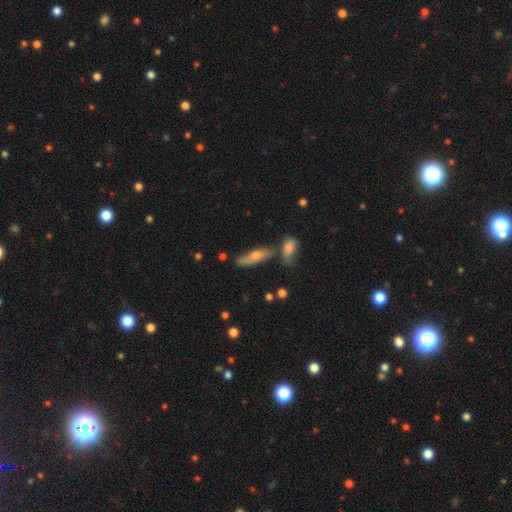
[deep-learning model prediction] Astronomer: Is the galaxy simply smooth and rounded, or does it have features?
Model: smooth — 49% (runner-up: featured or disk, 42%).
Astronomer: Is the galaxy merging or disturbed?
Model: none — 57%.